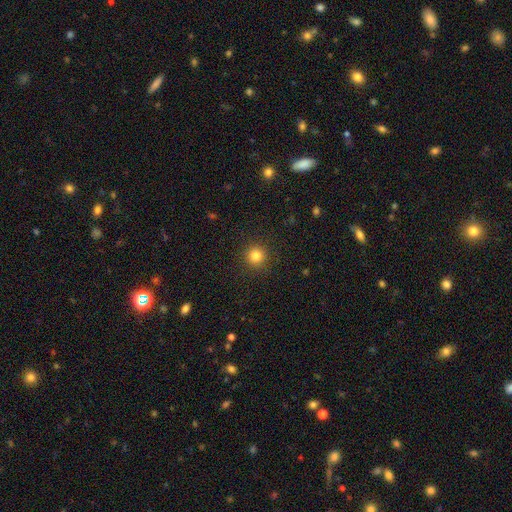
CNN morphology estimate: Smooth or featured?
  - smooth: 83% *
  - star or artifact: 12%
  - featured or disk: 5%
How rounded?
  - round: 95% *
  - in between: 4%
  - cigar-shaped: 1%
Merging?
  - none: 92% *
  - minor disturbance: 5%
  - major disturbance: 2%
  - merger: 1%